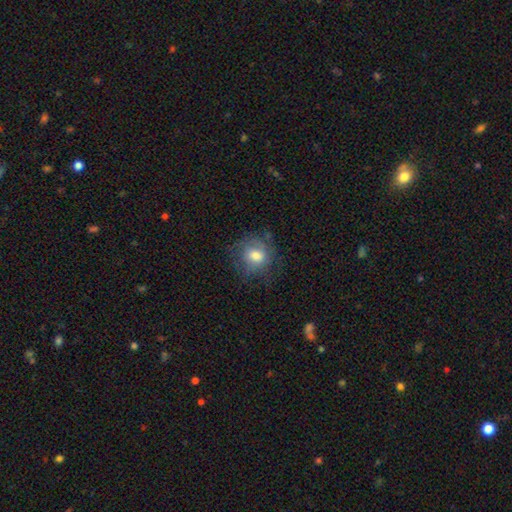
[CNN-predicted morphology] Smooth or featured?
  - smooth: 70% *
  - featured or disk: 20%
  - star or artifact: 10%
How rounded?
  - round: 75% *
  - in between: 24%
  - cigar-shaped: 1%
Merging?
  - none: 66% *
  - minor disturbance: 21%
  - major disturbance: 11%
  - merger: 2%